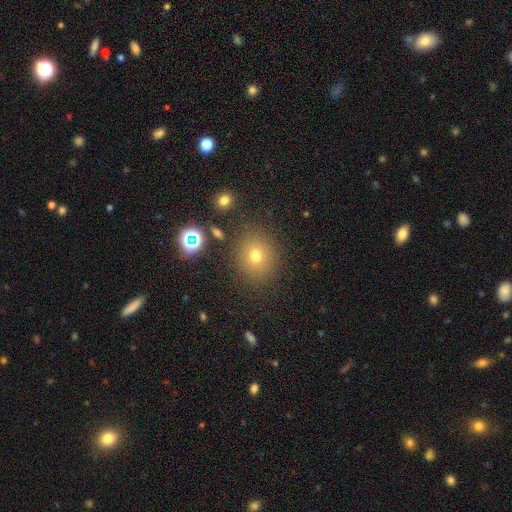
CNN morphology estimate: smooth_or_featured: smooth (p=0.67) [alt: star or artifact p=0.22]
how_rounded: round (p=0.76) [alt: in between p=0.23]
merging: none (p=0.86) [alt: minor disturbance p=0.08]